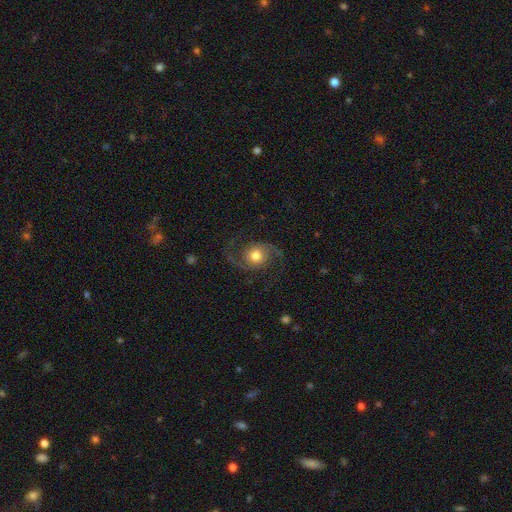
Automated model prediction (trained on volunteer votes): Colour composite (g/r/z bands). It shows a featured or disk galaxy (85%) with no bar (74%), 2 (94%) loose (48%) spiral arms (97%) and a moderate central bulge (66%). Merging: none (78%).